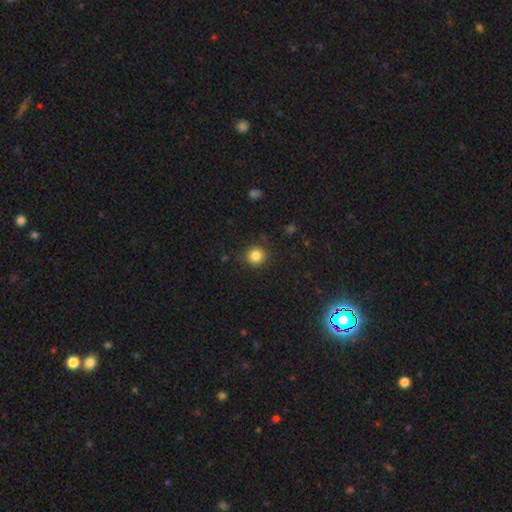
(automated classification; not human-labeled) This appears to be a smooth galaxy with no disk features (84%) that is round (94%). Merging: none (88%).